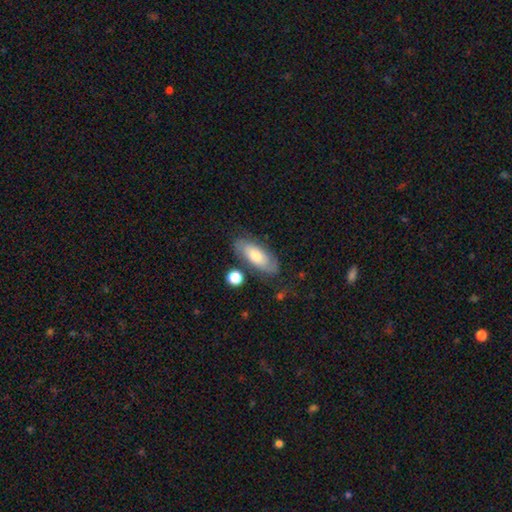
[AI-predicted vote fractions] Smooth or featured? Predicted: smooth (p=0.47). Merging? Predicted: none (p=0.73).